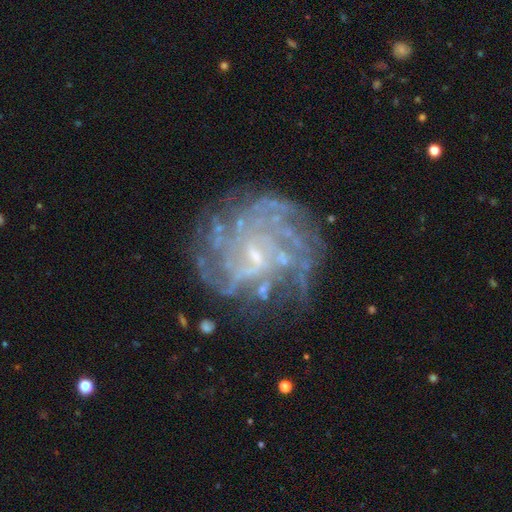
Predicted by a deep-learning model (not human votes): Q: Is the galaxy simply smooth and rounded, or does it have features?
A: featured or disk — 84%.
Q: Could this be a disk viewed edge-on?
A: no — 98%.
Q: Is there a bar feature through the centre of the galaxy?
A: weak — 50%.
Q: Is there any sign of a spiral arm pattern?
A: yes — 86%.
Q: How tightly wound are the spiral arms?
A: tight — 57%.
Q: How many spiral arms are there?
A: can't tell — 45%.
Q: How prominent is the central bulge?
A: small — 64%.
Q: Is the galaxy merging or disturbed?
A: none — 66%.